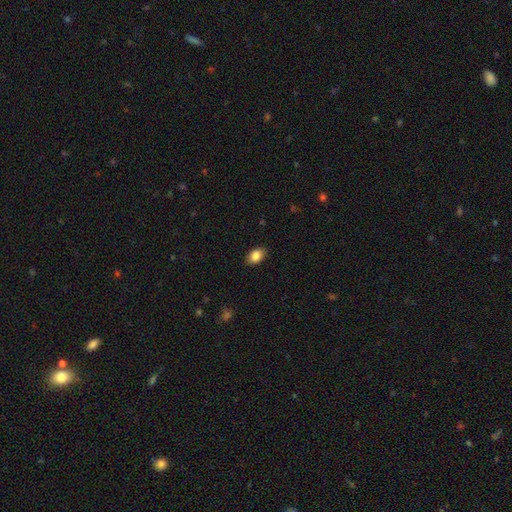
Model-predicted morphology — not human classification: Smooth or featured? smooth (86%)
How rounded? in between (86%)
Merging? none (88%)